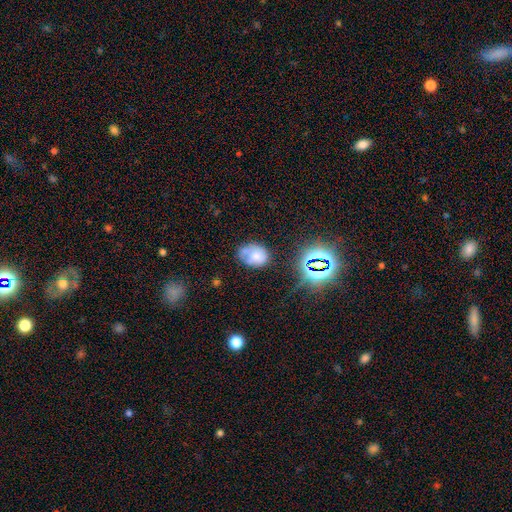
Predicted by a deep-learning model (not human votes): Smooth or featured? smooth (56%)
How rounded? in between (68%)
Merging? none (48%)